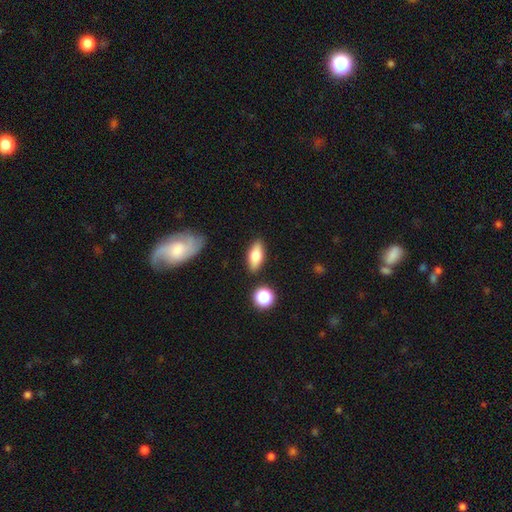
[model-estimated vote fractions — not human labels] Overall: smooth (71%). How rounded: in between (78%). Merging: none (85%).